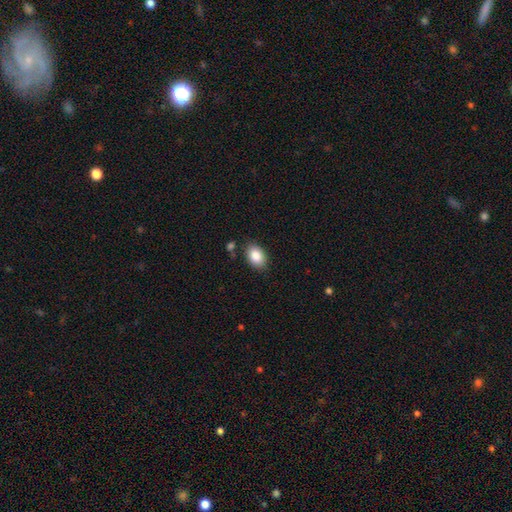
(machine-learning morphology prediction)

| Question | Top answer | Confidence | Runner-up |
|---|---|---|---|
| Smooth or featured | smooth | 86% | star or artifact (7%) |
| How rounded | in between | 83% | round (16%) |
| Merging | none | 82% | minor disturbance (12%) |